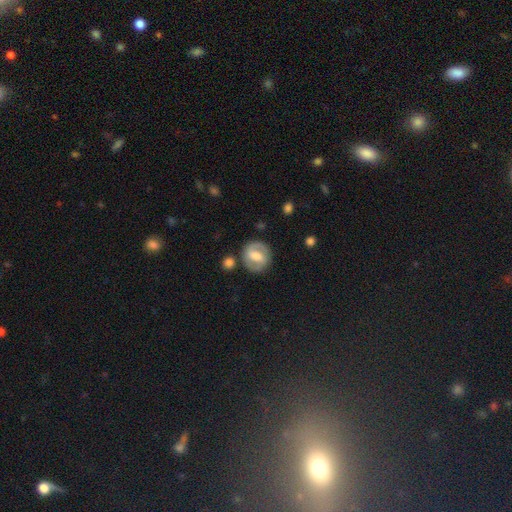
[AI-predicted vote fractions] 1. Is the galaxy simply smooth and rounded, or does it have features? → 60% featured or disk, 34% smooth, 6% star or artifact.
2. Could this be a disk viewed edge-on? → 96% no, 4% yes.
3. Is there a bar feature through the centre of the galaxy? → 42% weak, 40% strong, 18% no.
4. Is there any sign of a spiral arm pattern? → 68% yes, 32% no.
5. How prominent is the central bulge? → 53% moderate, 25% large, 15% small, 5% none, 2% dominant.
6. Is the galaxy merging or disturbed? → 78% none, 13% minor disturbance, 5% major disturbance, 4% merger.